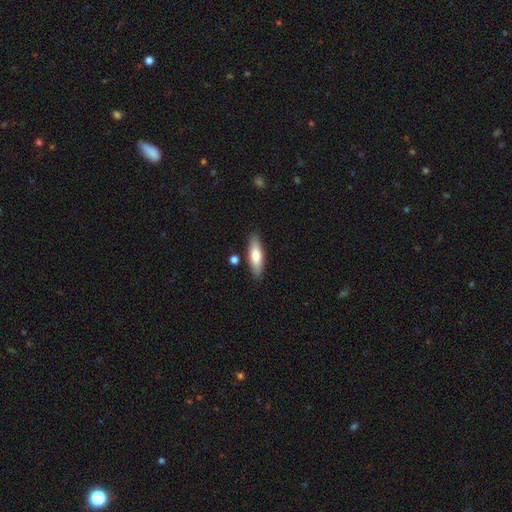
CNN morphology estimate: Overall: smooth (72%). How rounded: cigar-shaped (52%; in between 46%). Merging: none (85%).